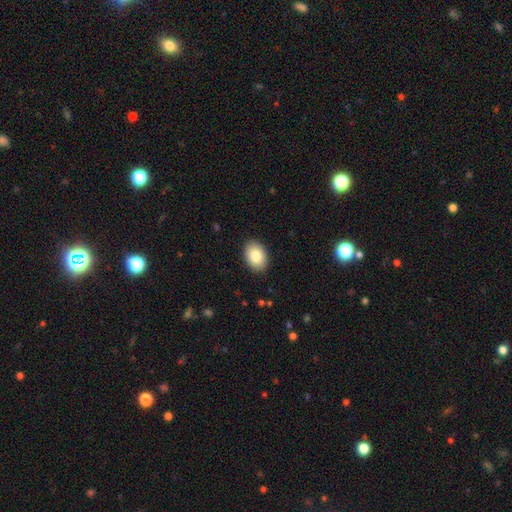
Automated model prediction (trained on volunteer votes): Smooth or featured? Predicted: smooth (p=0.84). How rounded? Predicted: in between (p=0.83). Merging? Predicted: none (p=0.90).